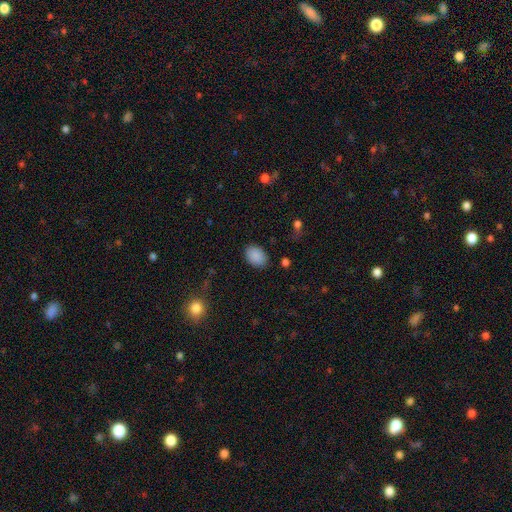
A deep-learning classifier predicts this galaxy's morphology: type=smooth (88%); roundness=in between (79%); merging=none (86%).